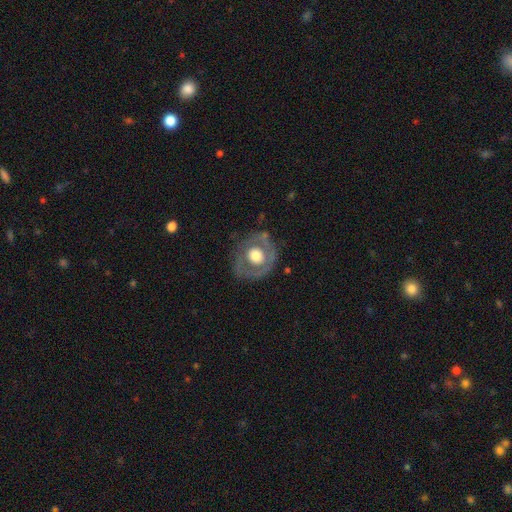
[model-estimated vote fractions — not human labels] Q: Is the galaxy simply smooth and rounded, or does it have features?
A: featured or disk — 53%.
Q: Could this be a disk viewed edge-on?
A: no — 95%.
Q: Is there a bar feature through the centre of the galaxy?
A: no — 88%.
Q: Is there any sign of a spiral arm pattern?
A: no — 81%.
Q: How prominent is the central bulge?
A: large — 48%.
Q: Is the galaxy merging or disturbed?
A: none — 69%.